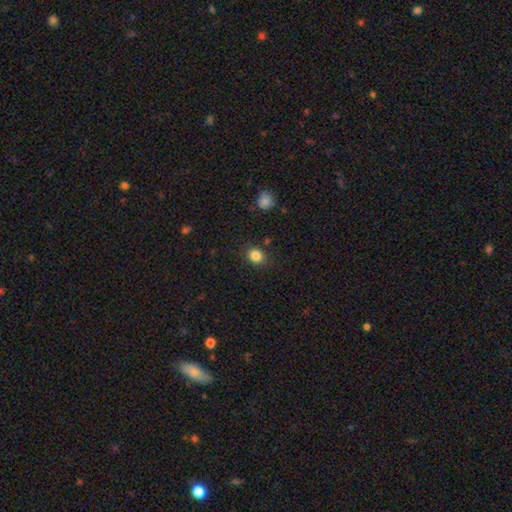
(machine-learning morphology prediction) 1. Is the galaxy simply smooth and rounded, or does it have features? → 85% smooth, 11% star or artifact, 5% featured or disk.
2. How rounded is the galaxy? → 75% round, 24% in between, 1% cigar-shaped.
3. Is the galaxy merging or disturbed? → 86% none, 9% minor disturbance, 3% major disturbance, 2% merger.